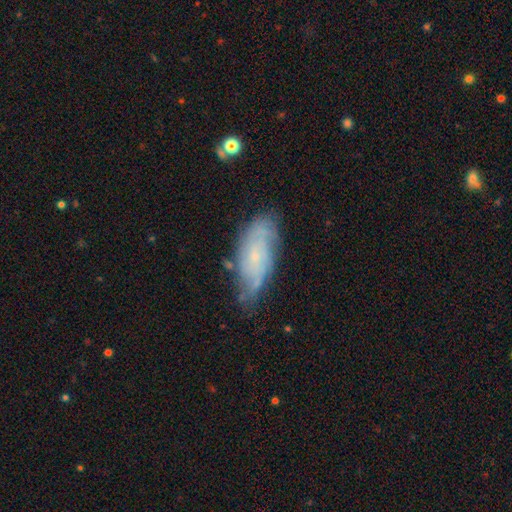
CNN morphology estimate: smooth_or_featured: featured or disk (p=0.66) [alt: smooth p=0.26]
disk_edge_on: no (p=0.90) [alt: yes p=0.10]
bar: no (p=0.75) [alt: weak p=0.22]
has_spiral_arms: yes (p=0.84) [alt: no p=0.16]
bulge_size: small (p=0.79) [alt: moderate p=0.13]
merging: none (p=0.63) [alt: minor disturbance p=0.27]